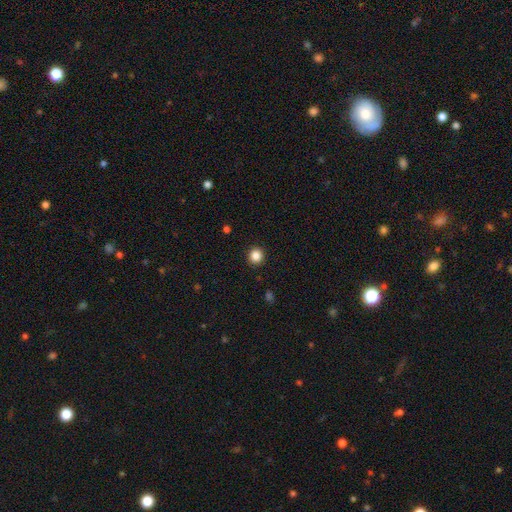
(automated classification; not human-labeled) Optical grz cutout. It shows a smooth galaxy with no disk features (86%) that is round (93%). Merging: none (92%).